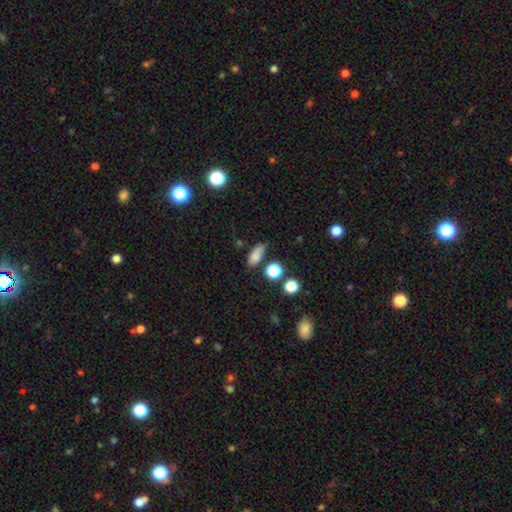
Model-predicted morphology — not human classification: smooth-or-featured: smooth: 78% | star or artifact: 14% | featured or disk: 8%
  how-rounded: in between: 77% | cigar-shaped: 14% | round: 10%
  merging: none: 63% | minor disturbance: 24% | major disturbance: 7% | merger: 6%